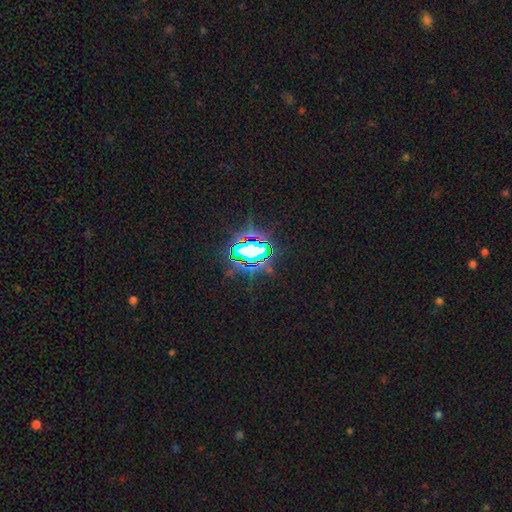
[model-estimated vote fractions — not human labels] smooth-or-featured: star or artifact: 73% | smooth: 14% | featured or disk: 13%